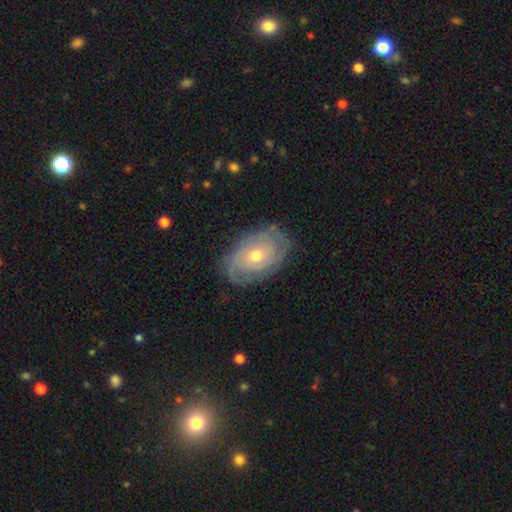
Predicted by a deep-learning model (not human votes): Overall: featured or disk (83%). Edge-on disk: no (96%). Bar: no (79%). Spiral arms: yes (93%). Spiral arm count: can't tell (35%; 2 25%). Spiral winding: tight (73%). Bulge size: moderate (58%; small 38%). Merging: none (79%).